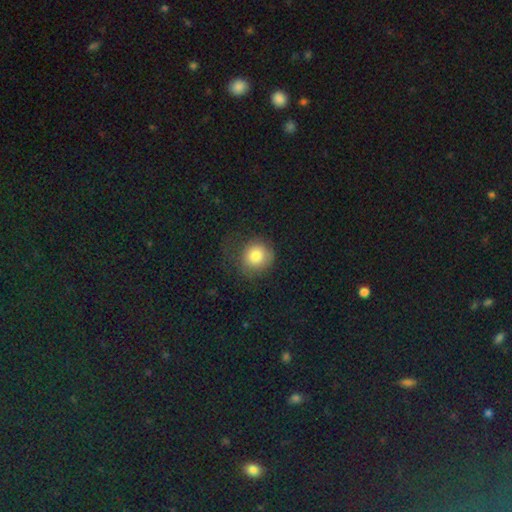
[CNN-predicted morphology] A smooth galaxy with no disk features (82%) that is round (86%).

Vote fractions:
- Smooth or featured? smooth: 82% / featured or disk: 10% / star or artifact: 9%
- How rounded? round: 86% / in between: 13% / cigar-shaped: 1%
- Merging? none: 59% / minor disturbance: 22% / major disturbance: 17% / merger: 2%